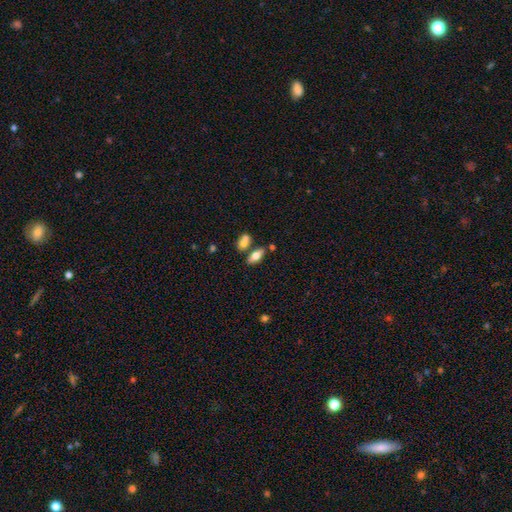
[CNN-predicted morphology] The model was most divided on "smooth or featured": smooth: 68%, featured or disk: 25%, star or artifact: 7%. More confident: how rounded — in between (80%); merging — none (65%).